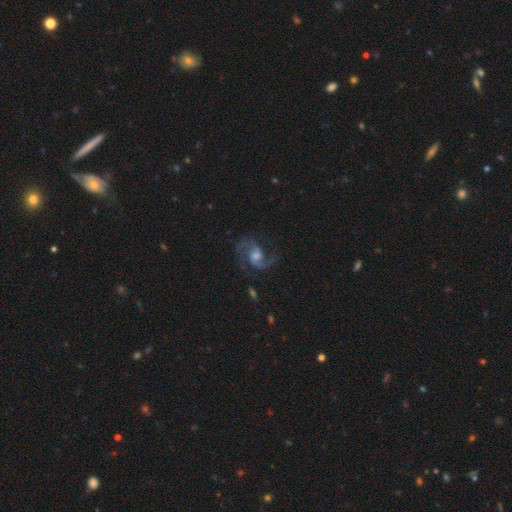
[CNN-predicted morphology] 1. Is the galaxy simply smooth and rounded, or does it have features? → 90% featured or disk, 5% star or artifact, 4% smooth.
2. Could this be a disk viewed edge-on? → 98% no, 2% yes.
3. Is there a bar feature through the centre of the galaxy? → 45% weak (tied), 45% no (tied), 10% strong.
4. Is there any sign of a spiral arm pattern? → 98% yes, 2% no.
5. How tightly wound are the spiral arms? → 61% medium, 25% loose, 14% tight.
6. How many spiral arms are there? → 92% 2, 2% 3, 2% can't tell, 2% 1, 1% 4, 1% more than 4.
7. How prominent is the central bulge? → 50% moderate, 27% small, 13% large, 7% none, 2% dominant.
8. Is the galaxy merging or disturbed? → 76% none, 14% minor disturbance, 8% major disturbance, 2% merger.